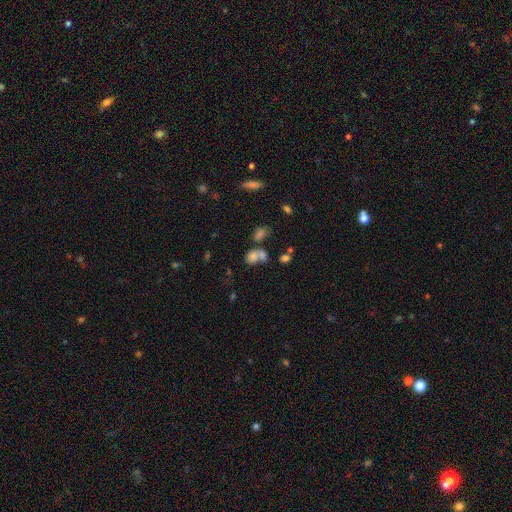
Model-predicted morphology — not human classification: type=smooth (70%); roundness=in between (62%); merging=merger (55%).